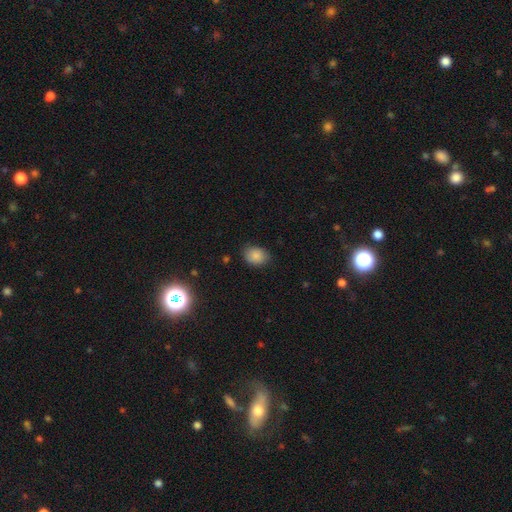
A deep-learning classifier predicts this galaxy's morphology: Smooth or featured? Predicted: smooth (p=0.85). How rounded? Predicted: in between (p=0.67). Merging? Predicted: none (p=0.79).